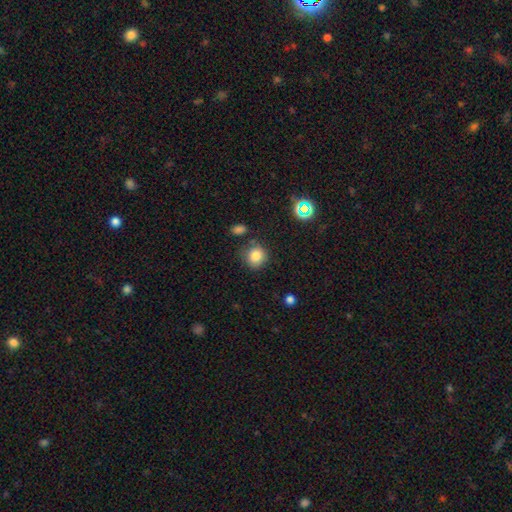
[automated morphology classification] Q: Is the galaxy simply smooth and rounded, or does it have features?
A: smooth — 81%.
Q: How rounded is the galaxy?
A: round — 86%.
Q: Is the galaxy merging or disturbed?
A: none — 78%.